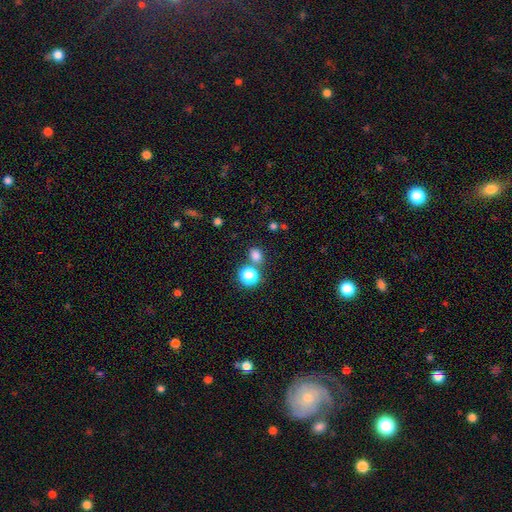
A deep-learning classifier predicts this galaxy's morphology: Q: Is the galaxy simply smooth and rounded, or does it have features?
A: smooth — 77%.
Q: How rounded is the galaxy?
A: round — 62%.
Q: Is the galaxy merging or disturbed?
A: none — 68%.